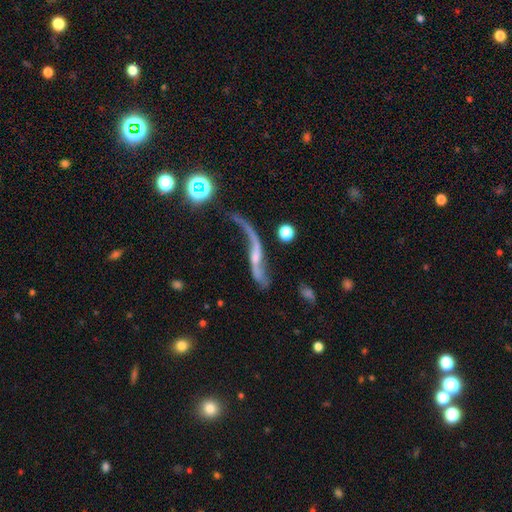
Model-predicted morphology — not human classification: Overall: featured or disk (76%). Edge-on disk: no (70%). Bar: no (54%; weak 29%). Spiral arms: yes (84%). Bulge size: small (56%; moderate 22%). Merging: none (42%; major disturbance 28%).